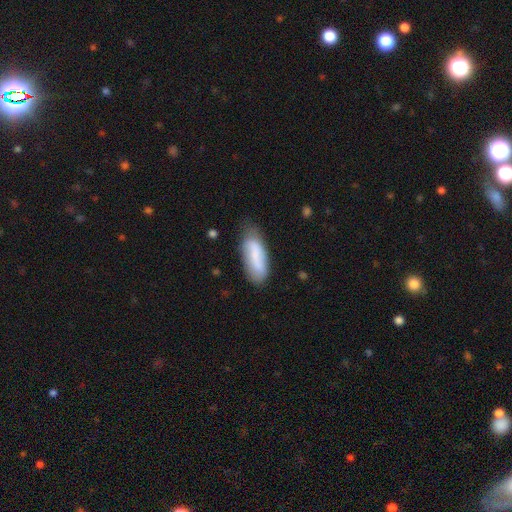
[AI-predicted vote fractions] A smooth galaxy with no disk features (71%) that is in between round and cigar-shaped (74%). Merging: none (63%).